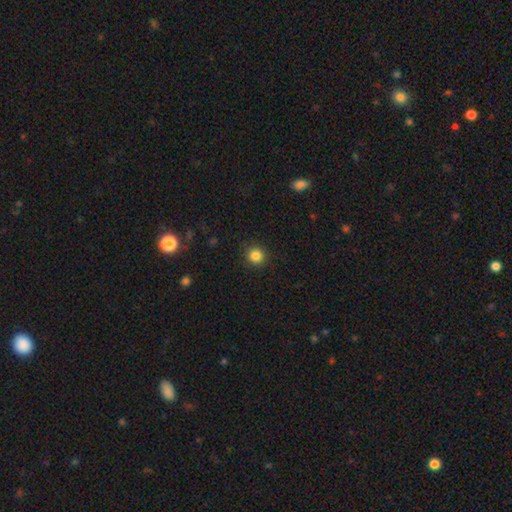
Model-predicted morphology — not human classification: Smooth or featured? Predicted: smooth (p=0.84). How rounded? Predicted: round (p=0.93). Merging? Predicted: none (p=0.90).